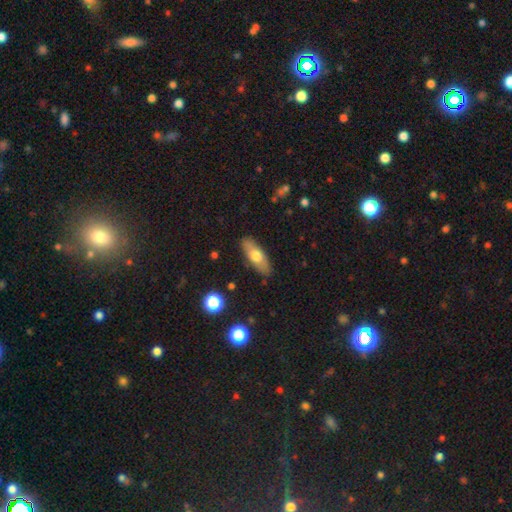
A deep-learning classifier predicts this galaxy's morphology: Smooth or featured?
  - smooth: 62% *
  - featured or disk: 32%
  - star or artifact: 6%
How rounded?
  - in between: 67% *
  - cigar-shaped: 30%
  - round: 3%
Merging?
  - none: 86% *
  - minor disturbance: 11%
  - major disturbance: 2%
  - merger: 1%